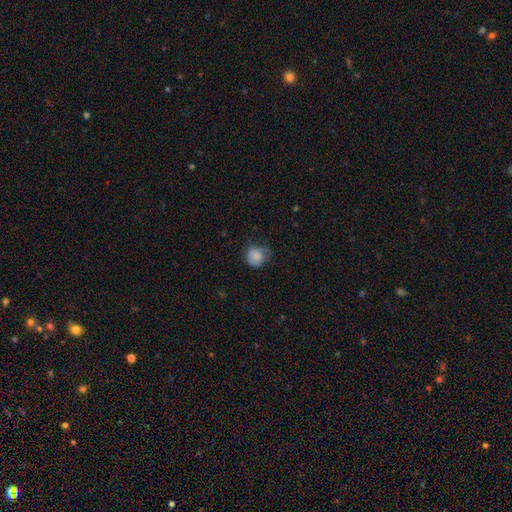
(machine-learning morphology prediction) Smooth or featured? Predicted: smooth (p=0.81). How rounded? Predicted: round (p=0.79). Merging? Predicted: none (p=0.56).